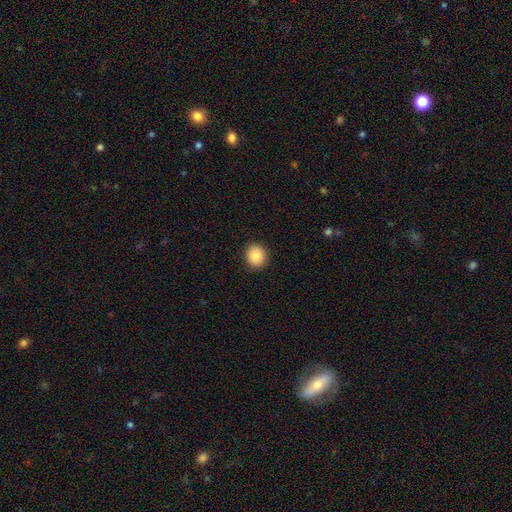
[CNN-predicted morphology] Overall: smooth (88%). How rounded: round (84%). Merging: none (92%).